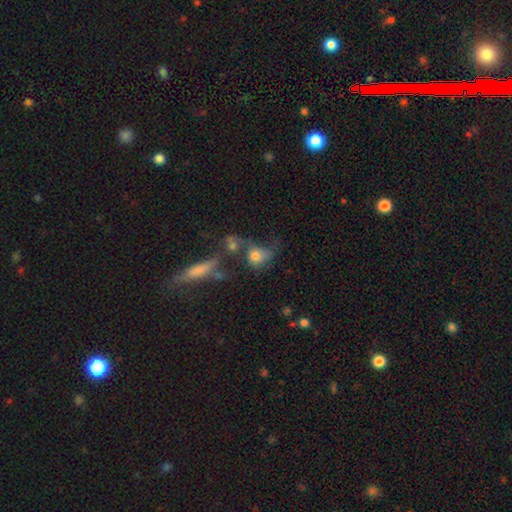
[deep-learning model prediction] The model was most divided on "how rounded" (2-way tie): in between: 47%, round: 47%, cigar-shaped: 6%. Remaining: smooth or featured — smooth (67%); merging — merger (42%).